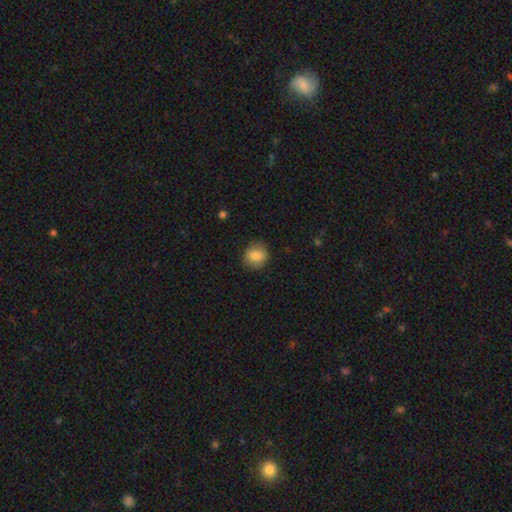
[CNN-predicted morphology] This appears to be a smooth galaxy with no disk features (82%) that is round (76%). Merging: none (85%).